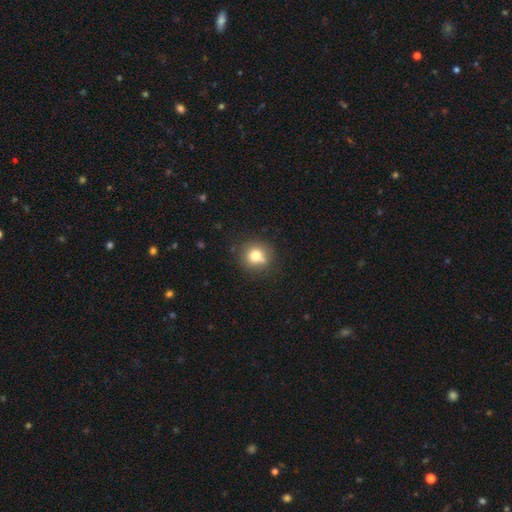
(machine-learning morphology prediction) A smooth galaxy with no disk features (75%) that is round (88%).

Vote fractions:
- Smooth or featured? smooth: 75% / featured or disk: 13% / star or artifact: 12%
- How rounded? round: 88% / in between: 11% / cigar-shaped: 1%
- Merging? none: 70% / minor disturbance: 13% / merger: 13% / major disturbance: 4%